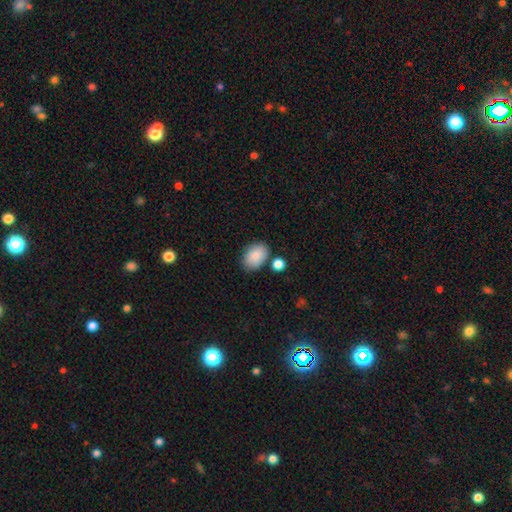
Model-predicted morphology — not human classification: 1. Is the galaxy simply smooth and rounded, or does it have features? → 87% smooth, 7% star or artifact, 6% featured or disk.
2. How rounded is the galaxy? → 84% in between, 15% round, 1% cigar-shaped.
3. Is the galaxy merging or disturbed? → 78% none, 12% minor disturbance, 7% merger, 3% major disturbance.